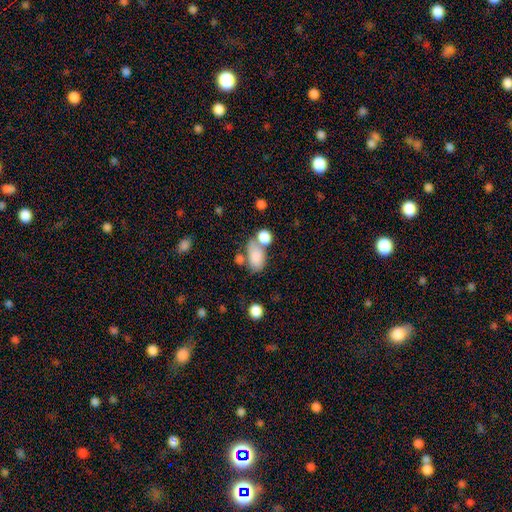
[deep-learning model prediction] A smooth galaxy with no disk features (80%) that is in between round and cigar-shaped (85%).

Vote fractions:
- Smooth or featured? smooth: 80% / featured or disk: 11% / star or artifact: 9%
- How rounded? in between: 85% / round: 13% / cigar-shaped: 2%
- Merging? merger: 41% / none: 35% / minor disturbance: 15% / major disturbance: 9%